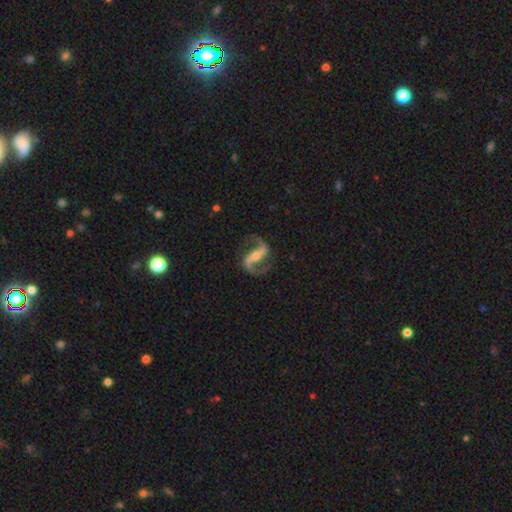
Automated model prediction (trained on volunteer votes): featured or disk 92%, star or artifact 5%, smooth 4%. Down the decision tree: edge-on disk — no (96%); bar — strong (63%); spiral arms — yes (97%); spiral arm count — 2 (94%); spiral winding — medium (49%); bulge size — small (49%); merging — none (81%).